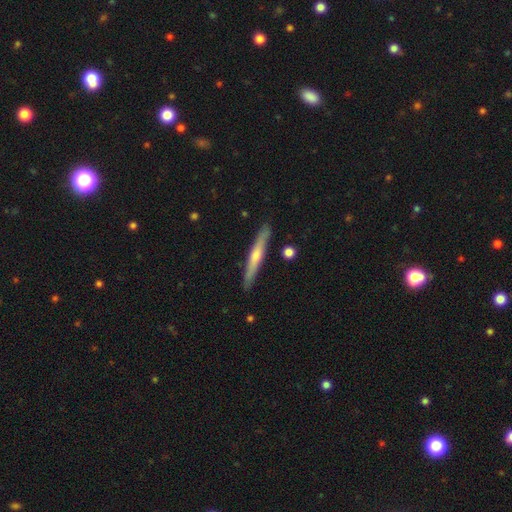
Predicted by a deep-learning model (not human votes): The model was most divided on "smooth or featured": featured or disk: 54%, smooth: 41%, star or artifact: 5%. More confident: edge-on disk — yes (95%); merging — none (88%); edge-on bulge — rounded (65%).